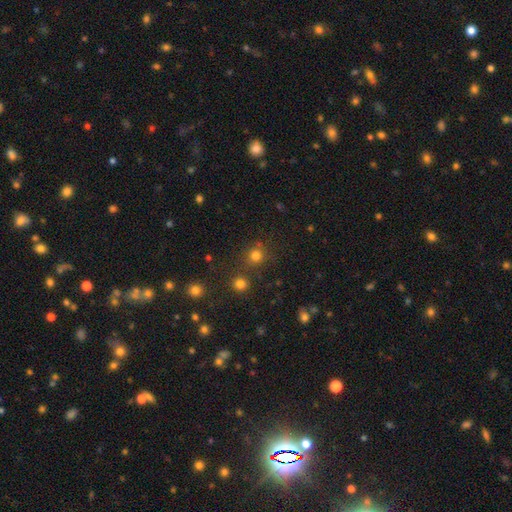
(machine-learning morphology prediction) smooth-or-featured: smooth: 76% | star or artifact: 19% | featured or disk: 6%
  how-rounded: round: 90% | in between: 9% | cigar-shaped: 1%
  merging: none: 72% | merger: 14% | minor disturbance: 9% | major disturbance: 4%